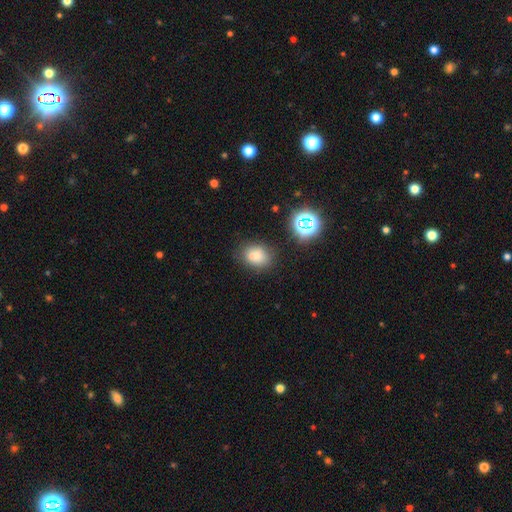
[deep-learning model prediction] A smooth galaxy with no disk features (76%) that is in between round and cigar-shaped (60%).

Vote fractions:
- Smooth or featured? smooth: 76% / star or artifact: 16% / featured or disk: 8%
- How rounded? in between: 60% / round: 39% / cigar-shaped: 1%
- Merging? none: 72% / minor disturbance: 17% / merger: 7% / major disturbance: 5%